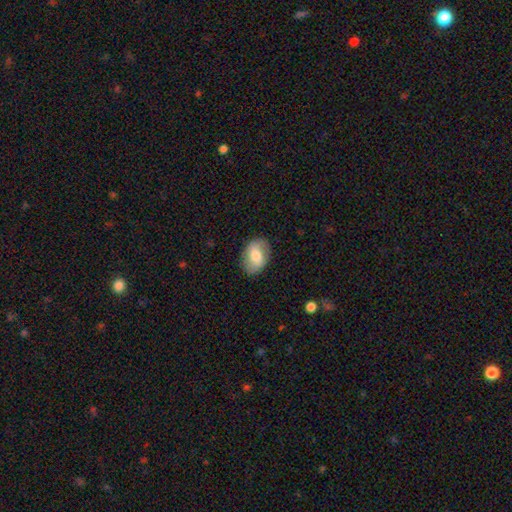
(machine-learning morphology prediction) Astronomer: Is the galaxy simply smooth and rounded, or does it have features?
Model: smooth — 61%.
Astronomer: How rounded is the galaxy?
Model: in between — 80%.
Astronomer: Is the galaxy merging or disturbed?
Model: none — 83%.